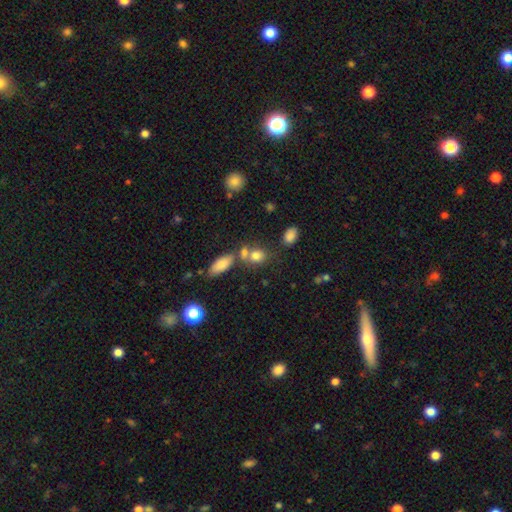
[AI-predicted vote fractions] This appears to be a smooth galaxy with no disk features (78%) that is in between round and cigar-shaped (50%). Merging: none (49%).